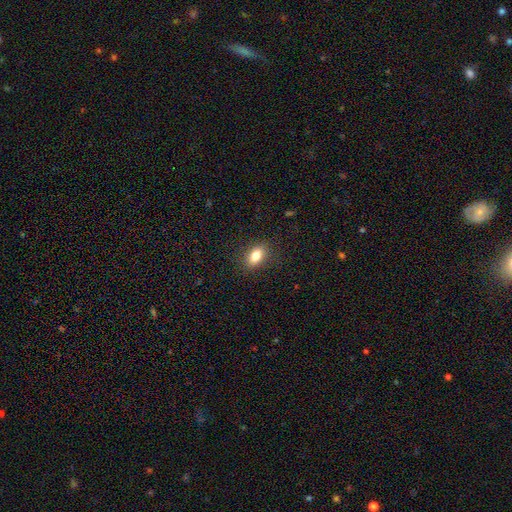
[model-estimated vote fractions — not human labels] A smooth galaxy with no disk features (82%) that is in between round and cigar-shaped (85%). Merging: none (86%).